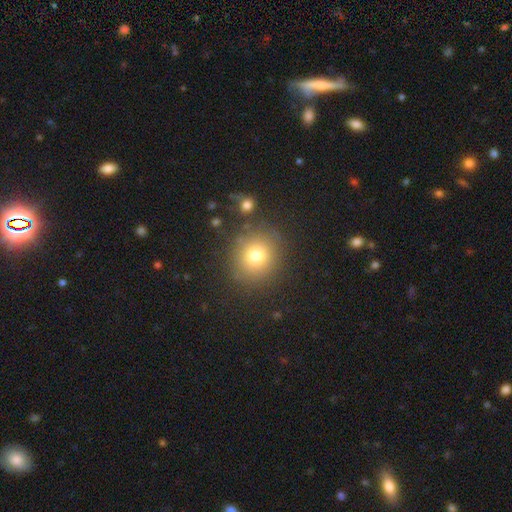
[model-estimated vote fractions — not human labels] Smooth or featured: smooth — 77% (star or artifact — 14%)
How rounded: round — 84% (in between — 15%)
Merging: none — 85% (minor disturbance — 8%)